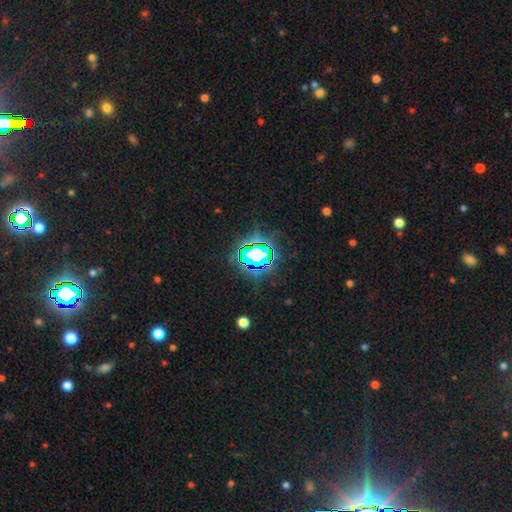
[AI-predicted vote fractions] Overall: star or artifact (74%).